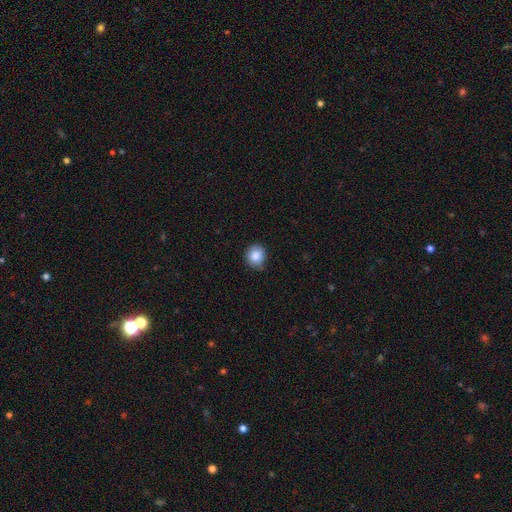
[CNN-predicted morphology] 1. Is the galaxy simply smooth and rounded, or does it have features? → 86% smooth, 9% star or artifact, 5% featured or disk.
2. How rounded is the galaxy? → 81% round, 18% in between, 1% cigar-shaped.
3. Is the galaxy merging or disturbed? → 81% none, 15% minor disturbance, 2% major disturbance, 1% merger.